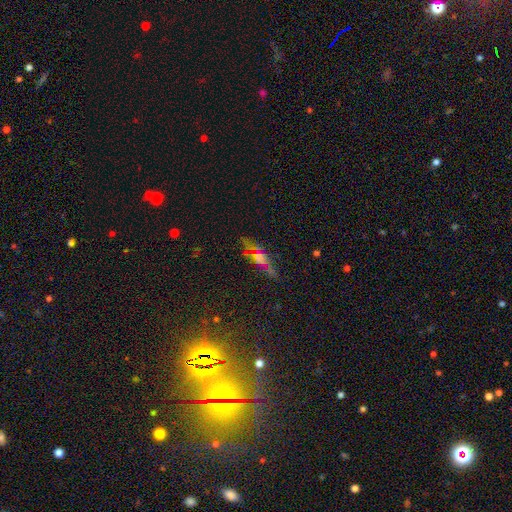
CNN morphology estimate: Smooth or featured?
  - featured or disk: 46% *
  - star or artifact: 30%
  - smooth: 25%
Merging?
  - none: 67% *
  - minor disturbance: 18%
  - major disturbance: 10%
  - merger: 6%